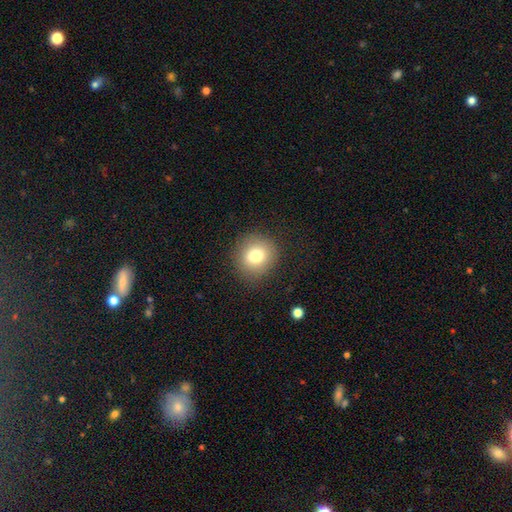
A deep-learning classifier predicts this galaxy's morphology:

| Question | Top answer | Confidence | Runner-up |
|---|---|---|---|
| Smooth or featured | smooth | 77% | featured or disk (12%) |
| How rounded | round | 88% | in between (11%) |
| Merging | none | 87% | minor disturbance (8%) |